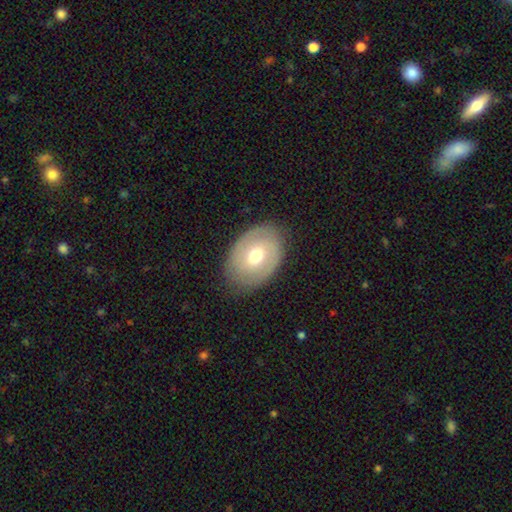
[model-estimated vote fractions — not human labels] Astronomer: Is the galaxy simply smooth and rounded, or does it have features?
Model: smooth — 48% (runner-up: featured or disk, 45%).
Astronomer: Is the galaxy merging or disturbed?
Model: none — 80%.